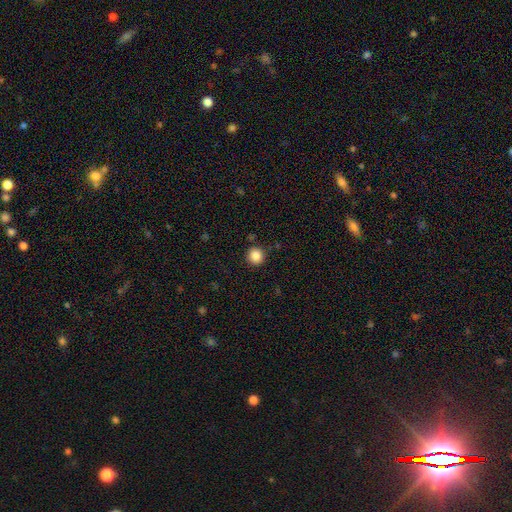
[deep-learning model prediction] This appears to be a smooth galaxy with no disk features (85%) that is round (94%). Merging: none (90%).